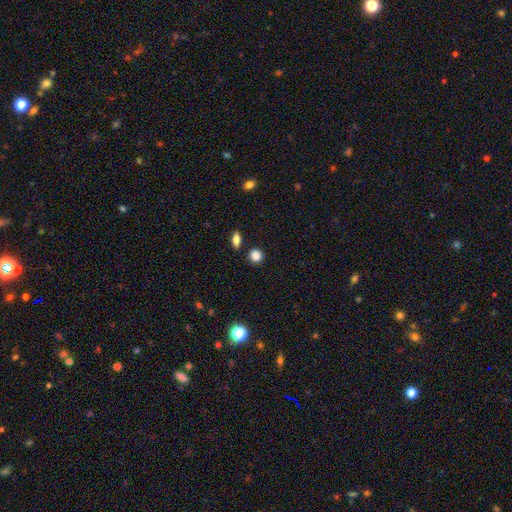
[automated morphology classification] smooth 86%, star or artifact 10%, featured or disk 4%. Down the decision tree: how rounded — round (87%); merging — none (85%).